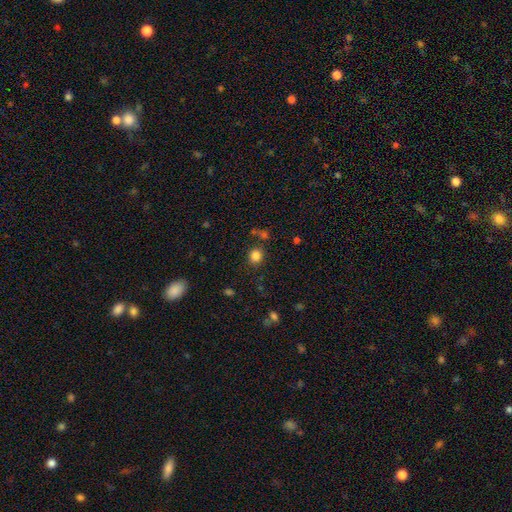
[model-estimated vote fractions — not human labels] The model was most divided on "how rounded": round: 78%, in between: 21%, cigar-shaped: 1%. More confident: smooth or featured — smooth (83%); merging — none (81%).